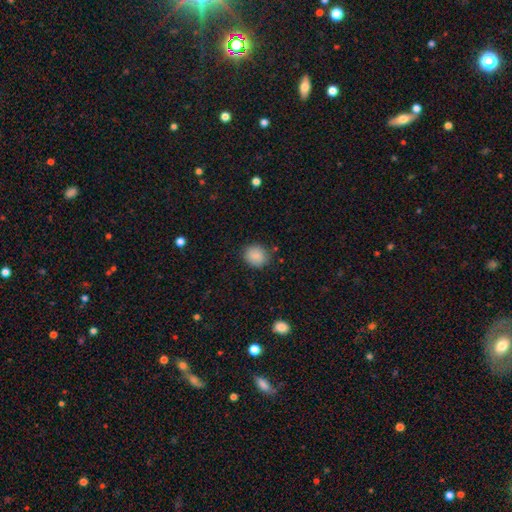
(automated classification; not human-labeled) Morphology: type=smooth (87%); roundness=round (79%); merging=none (83%).